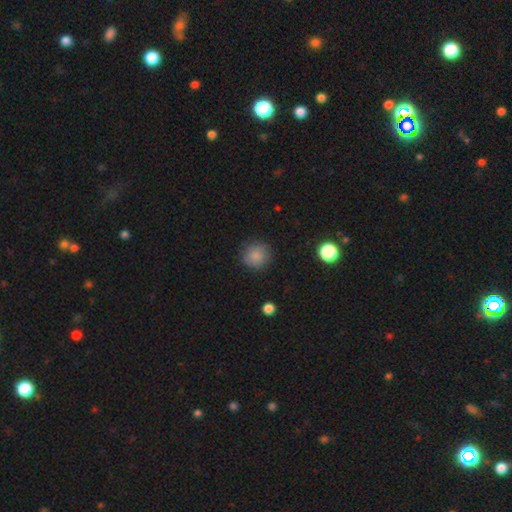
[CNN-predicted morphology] Smooth or featured: smooth — 85% (star or artifact — 9%)
How rounded: round — 92% (in between — 7%)
Merging: none — 85% (minor disturbance — 10%)